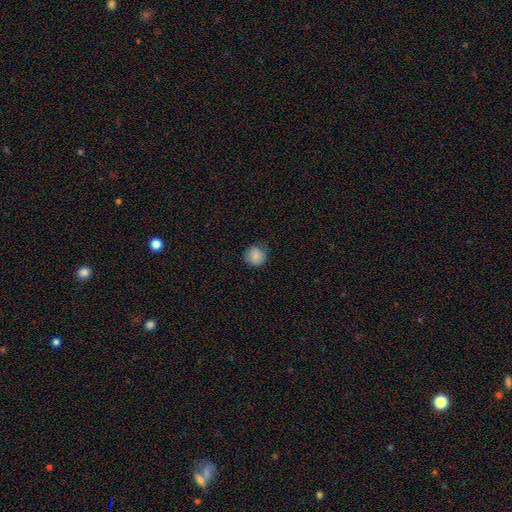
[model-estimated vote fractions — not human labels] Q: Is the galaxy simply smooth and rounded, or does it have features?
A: smooth — 86%.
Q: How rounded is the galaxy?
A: round — 88%.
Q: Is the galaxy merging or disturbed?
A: none — 78%.